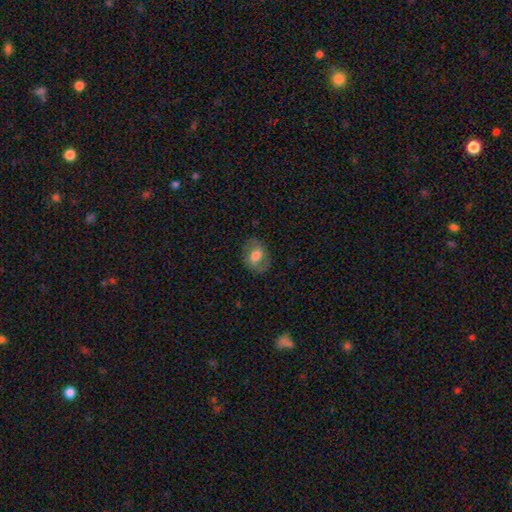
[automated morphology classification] This is possibly a smooth galaxy (51%). How rounded: likely in between (68%). Merging: likely none (77%).